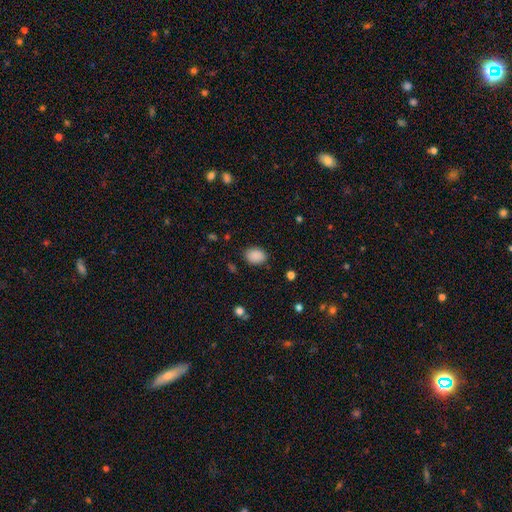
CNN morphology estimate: Smooth or featured: smooth — 89% (star or artifact — 8%)
How rounded: in between — 71% (round — 28%)
Merging: none — 84% (minor disturbance — 12%)